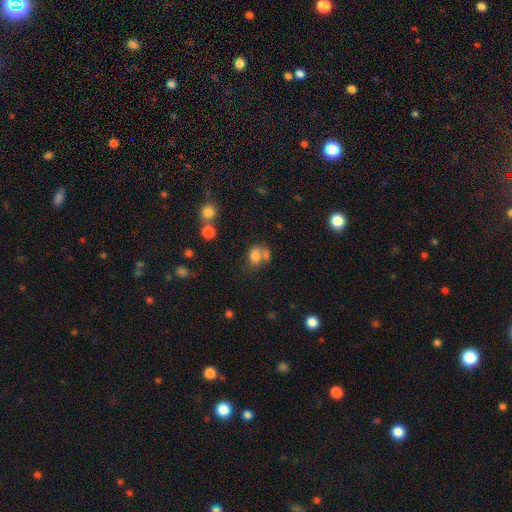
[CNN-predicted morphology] Smooth or featured: smooth — 77% (star or artifact — 12%)
How rounded: in between — 58% (round — 40%)
Merging: none — 39% (merger — 33%)